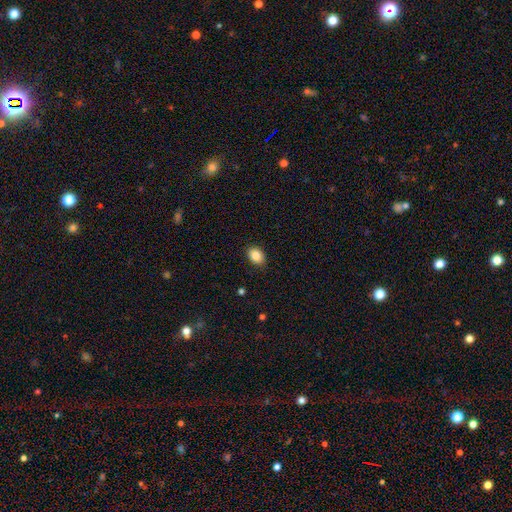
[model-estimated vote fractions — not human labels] smooth-or-featured: smooth: 87% | star or artifact: 9% | featured or disk: 4%
  how-rounded: in between: 71% | round: 28% | cigar-shaped: 1%
  merging: none: 88% | minor disturbance: 9% | major disturbance: 2% | merger: 1%